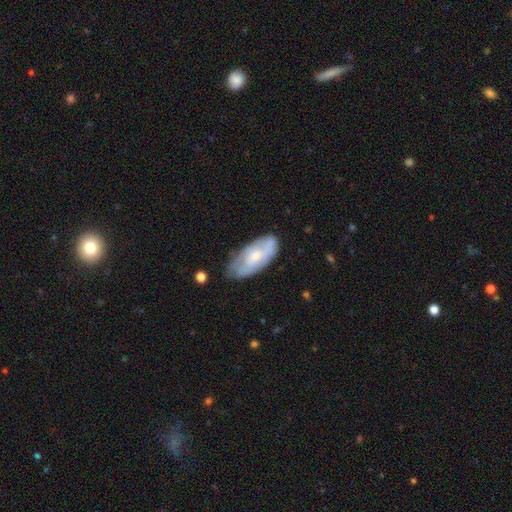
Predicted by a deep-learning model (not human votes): Smooth or featured? featured or disk (48%)
Merging? none (64%)